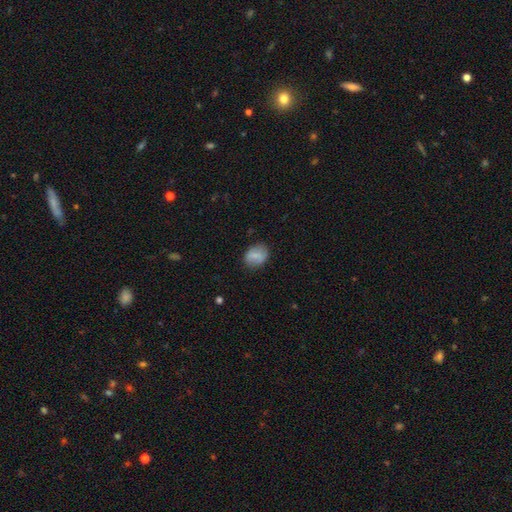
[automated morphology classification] smooth 67%, featured or disk 25%, star or artifact 8%. Down the decision tree: how rounded — in between (64%); merging — none (80%).